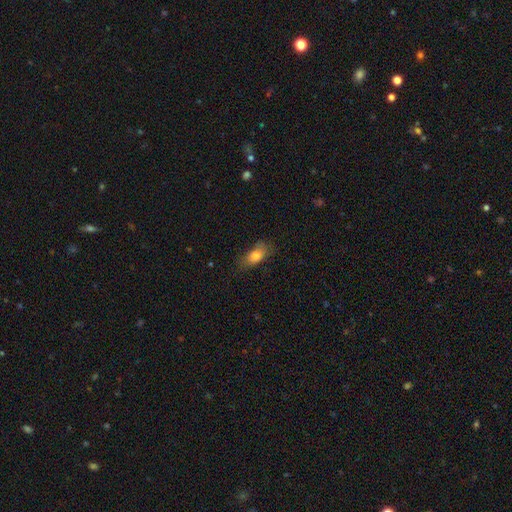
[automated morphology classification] Q: Smooth or featured?
A: smooth (77%); runner-up: featured or disk (15%)
Q: How rounded?
A: in between (81%); runner-up: cigar-shaped (12%)
Q: Merging?
A: none (69%); runner-up: minor disturbance (23%)